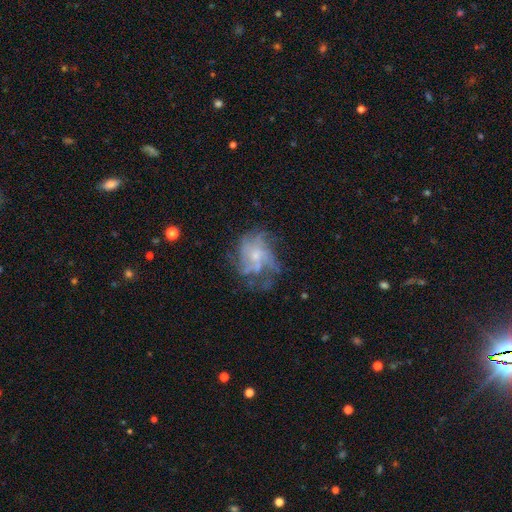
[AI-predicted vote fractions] Morphology: type=featured or disk (72%); edge-on=no (98%); bar=no (76%); spiral arms=yes (75%); winding=medium (40%); arm count=can't tell (37%); bulge=small (59%); merging=none (51%).